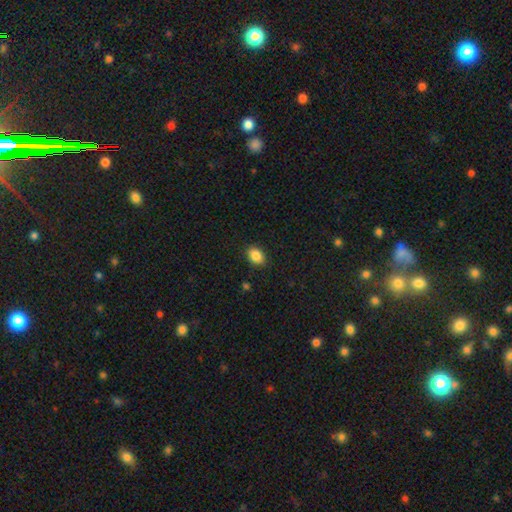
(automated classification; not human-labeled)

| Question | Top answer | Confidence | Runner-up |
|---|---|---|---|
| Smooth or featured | smooth | 87% | star or artifact (9%) |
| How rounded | in between | 76% | round (23%) |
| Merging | none | 87% | minor disturbance (10%) |